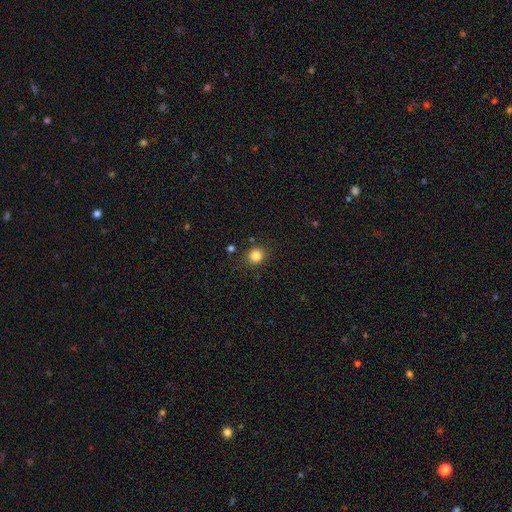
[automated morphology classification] Smooth or featured: smooth — 84% (star or artifact — 12%)
How rounded: round — 86% (in between — 13%)
Merging: none — 86% (minor disturbance — 9%)